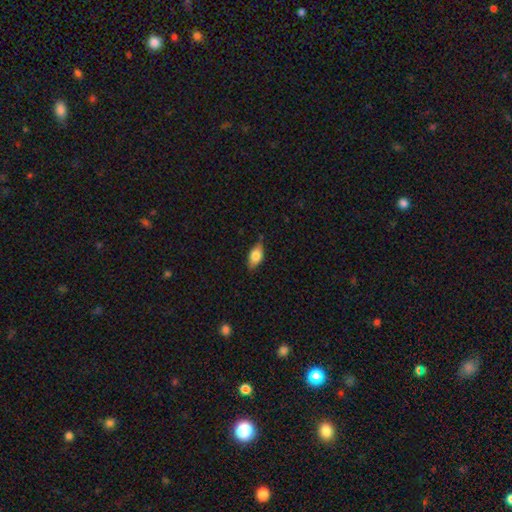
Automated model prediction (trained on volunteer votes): Smooth or featured? Predicted: smooth (p=0.73). How rounded? Predicted: in between (p=0.87). Merging? Predicted: none (p=0.77).